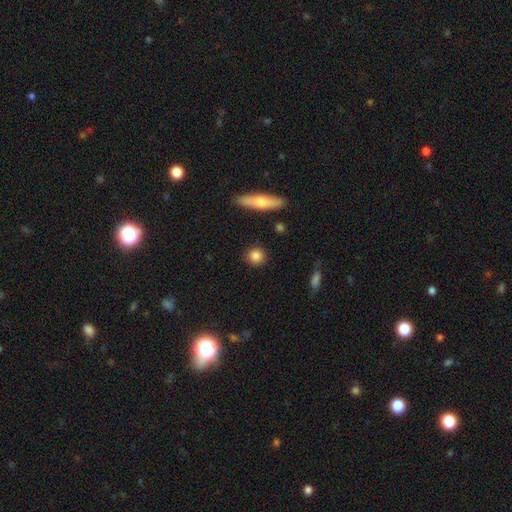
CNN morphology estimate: This is clearly a smooth galaxy (85%). How rounded: clearly round (87%). Merging: clearly none (89%).